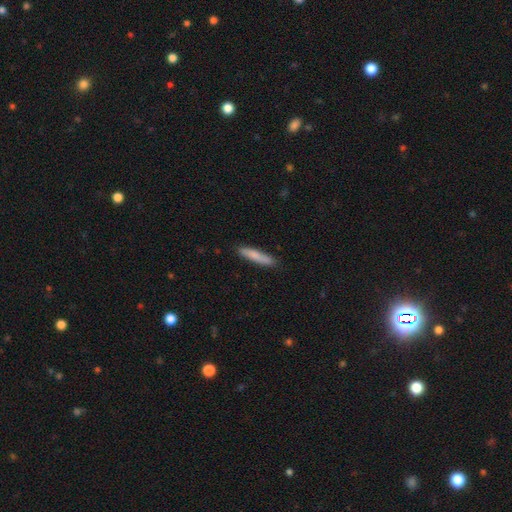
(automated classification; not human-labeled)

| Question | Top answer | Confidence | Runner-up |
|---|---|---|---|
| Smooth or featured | smooth | 79% | featured or disk (16%) |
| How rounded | cigar-shaped | 90% | in between (9%) |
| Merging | none | 86% | minor disturbance (11%) |